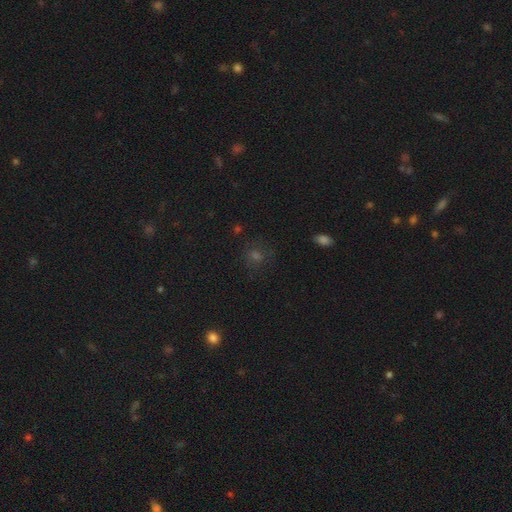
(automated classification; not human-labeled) This appears to be a smooth galaxy with no disk features (46%). Merging: none (78%).